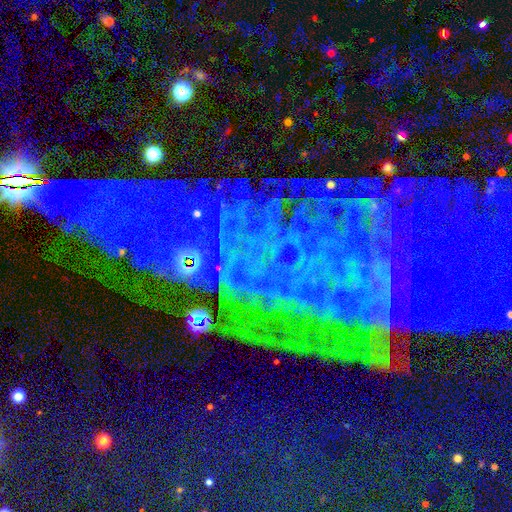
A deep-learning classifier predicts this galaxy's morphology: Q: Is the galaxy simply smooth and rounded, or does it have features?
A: star or artifact — 69%.